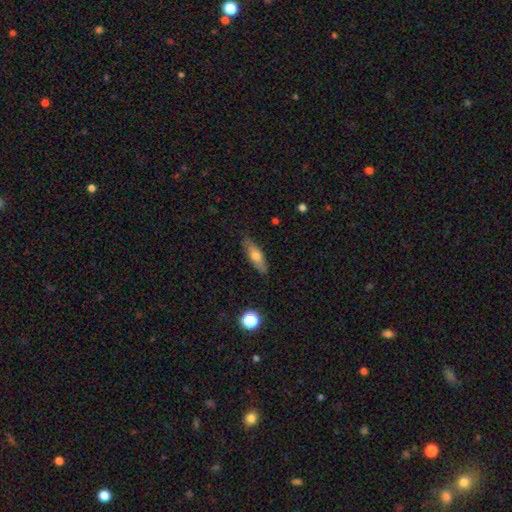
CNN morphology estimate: Q: Smooth or featured?
A: smooth (64%); runner-up: featured or disk (29%)
Q: How rounded?
A: in between (49%); runner-up: cigar-shaped (47%)
Q: Merging?
A: none (84%); runner-up: minor disturbance (12%)